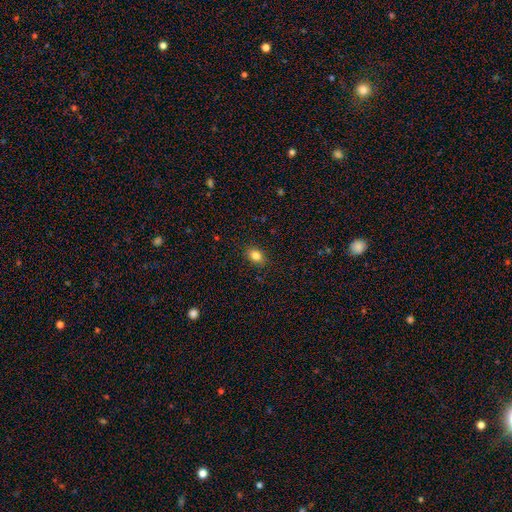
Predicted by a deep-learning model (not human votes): Smooth or featured? smooth (84%)
How rounded? in between (70%)
Merging? none (87%)